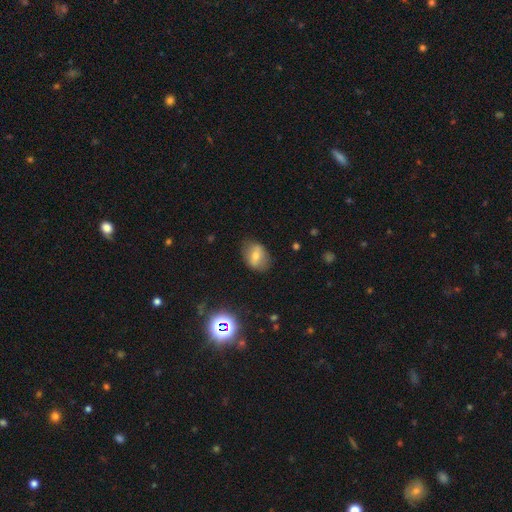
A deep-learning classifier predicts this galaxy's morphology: A smooth galaxy with no disk features (60%) that is in between round and cigar-shaped (68%). Merging: none (78%).